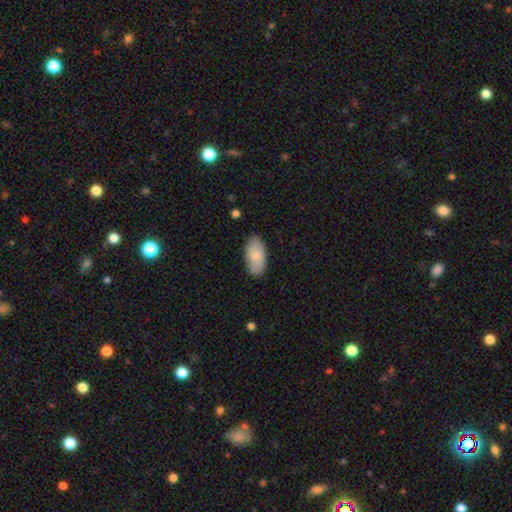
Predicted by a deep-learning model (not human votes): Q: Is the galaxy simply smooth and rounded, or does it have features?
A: smooth — 81%.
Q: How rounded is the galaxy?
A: in between — 94%.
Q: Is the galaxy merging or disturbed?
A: none — 83%.